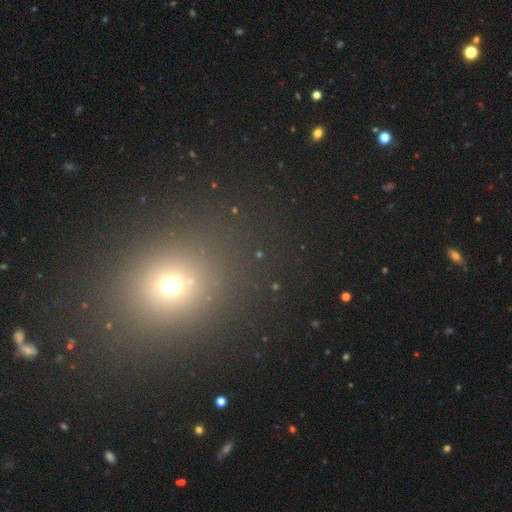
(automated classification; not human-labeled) This is possibly a smooth galaxy (54%). How rounded: likely round (68%). Merging: clearly none (88%).